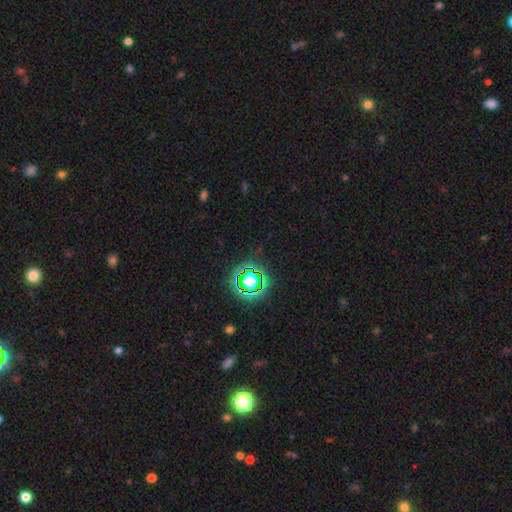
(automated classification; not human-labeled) Smooth or featured?
  - star or artifact: 74% *
  - smooth: 18%
  - featured or disk: 8%